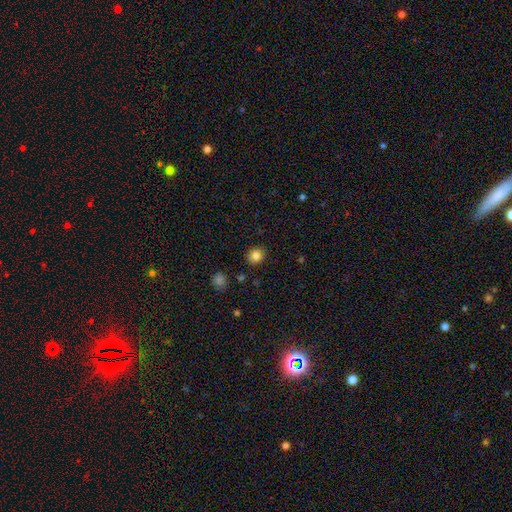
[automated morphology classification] Smooth or featured?
  - smooth: 84% *
  - star or artifact: 11%
  - featured or disk: 5%
How rounded?
  - round: 76% *
  - in between: 24%
  - cigar-shaped: 1%
Merging?
  - none: 89% *
  - minor disturbance: 7%
  - major disturbance: 2%
  - merger: 2%